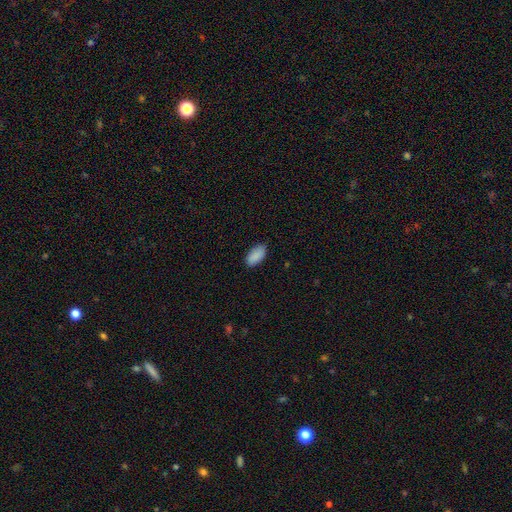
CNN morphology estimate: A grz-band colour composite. It shows a smooth galaxy with no disk features (90%) that is in between round and cigar-shaped (94%). Merging: none (84%).